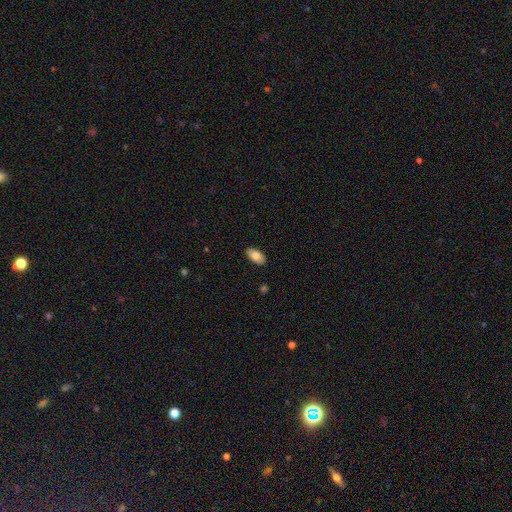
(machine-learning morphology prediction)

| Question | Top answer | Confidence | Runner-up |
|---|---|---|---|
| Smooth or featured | smooth | 74% | featured or disk (20%) |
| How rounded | in between | 94% | round (3%) |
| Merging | none | 88% | minor disturbance (10%) |